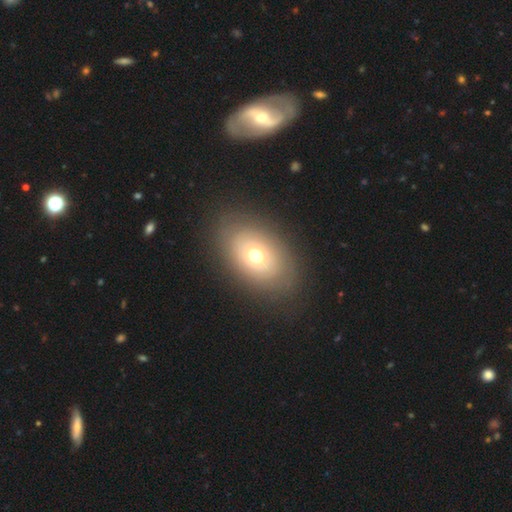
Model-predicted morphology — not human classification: Smooth or featured? smooth (57%)
How rounded? in between (84%)
Merging? none (84%)